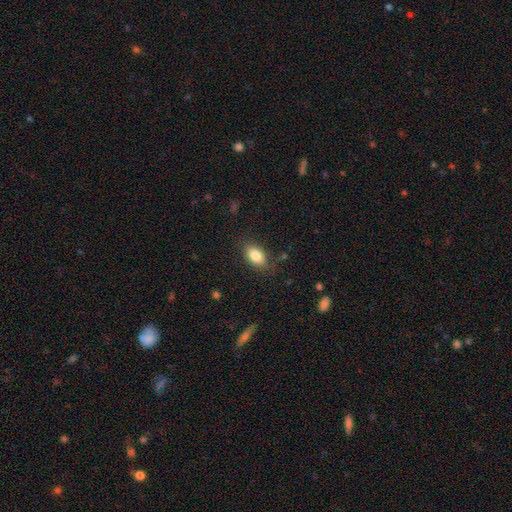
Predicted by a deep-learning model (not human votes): Smooth or featured? Predicted: smooth (p=0.83). How rounded? Predicted: in between (p=0.90). Merging? Predicted: none (p=0.83).